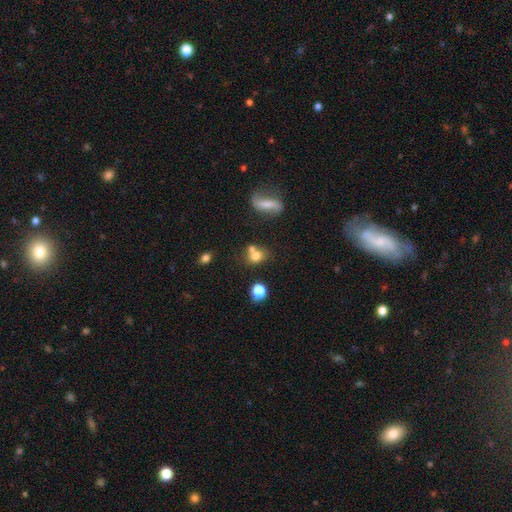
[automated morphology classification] smooth-or-featured: smooth: 73% | featured or disk: 14% | star or artifact: 13%
  how-rounded: round: 58% | in between: 40% | cigar-shaped: 2%
  merging: none: 44% | merger: 37% | minor disturbance: 13% | major disturbance: 6%